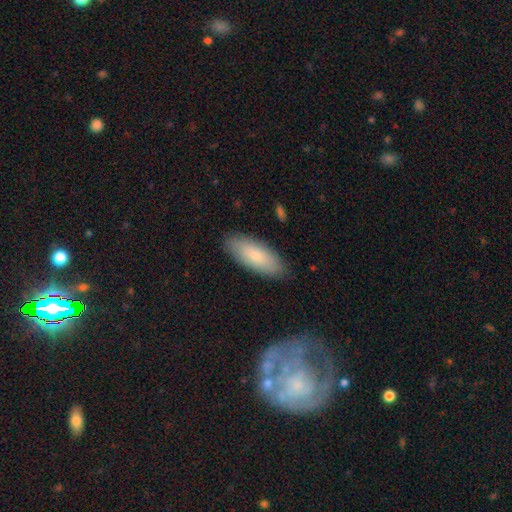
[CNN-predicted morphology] Q: Smooth or featured?
A: smooth (79%); runner-up: featured or disk (15%)
Q: How rounded?
A: in between (79%); runner-up: cigar-shaped (19%)
Q: Merging?
A: none (86%); runner-up: minor disturbance (10%)